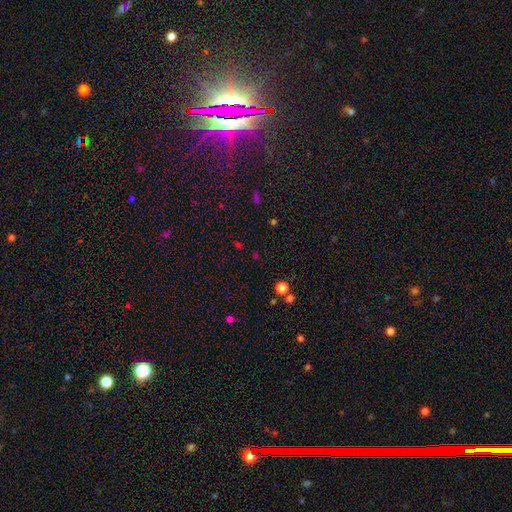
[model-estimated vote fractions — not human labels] A smooth galaxy with no disk features (47%).

Vote fractions:
- Smooth or featured? smooth: 47% / star or artifact: 46% / featured or disk: 7%
- Merging? none: 79% / minor disturbance: 9% / merger: 7% / major disturbance: 5%